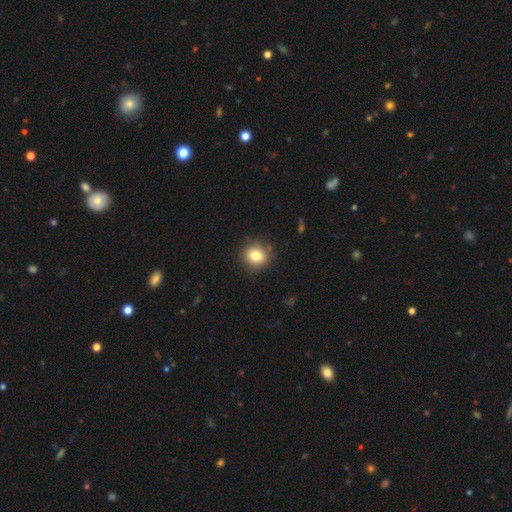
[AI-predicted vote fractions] Smooth or featured?
  - smooth: 82% *
  - star or artifact: 11%
  - featured or disk: 8%
How rounded?
  - round: 83% *
  - in between: 17%
  - cigar-shaped: 1%
Merging?
  - none: 85% *
  - minor disturbance: 11%
  - major disturbance: 3%
  - merger: 2%